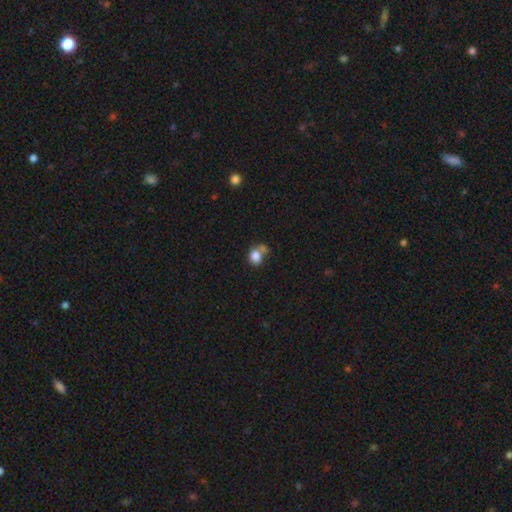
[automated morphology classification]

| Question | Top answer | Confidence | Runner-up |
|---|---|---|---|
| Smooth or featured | smooth | 82% | star or artifact (10%) |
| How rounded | round | 53% | in between (46%) |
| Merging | none | 42% | merger (36%) |